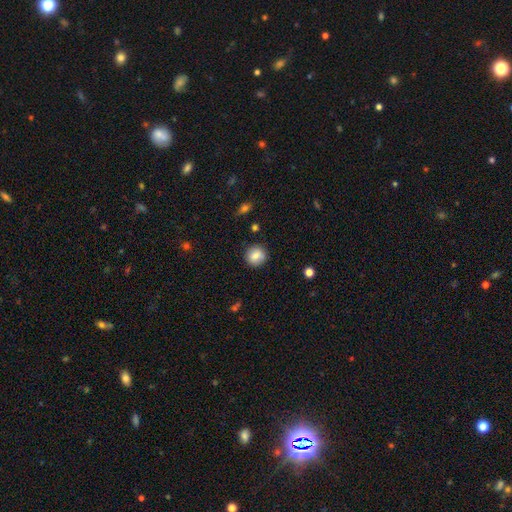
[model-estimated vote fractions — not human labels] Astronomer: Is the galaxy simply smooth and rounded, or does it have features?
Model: smooth — 84%.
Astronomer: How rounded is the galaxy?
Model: round — 91%.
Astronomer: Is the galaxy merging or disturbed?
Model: none — 89%.